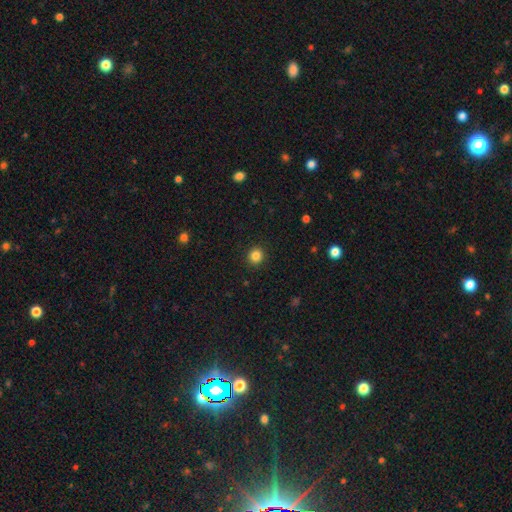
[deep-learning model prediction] A smooth galaxy with no disk features (84%) that is round (90%).

Vote fractions:
- Smooth or featured? smooth: 84% / star or artifact: 11% / featured or disk: 4%
- How rounded? round: 90% / in between: 9% / cigar-shaped: 1%
- Merging? none: 92% / minor disturbance: 5% / major disturbance: 2% / merger: 1%